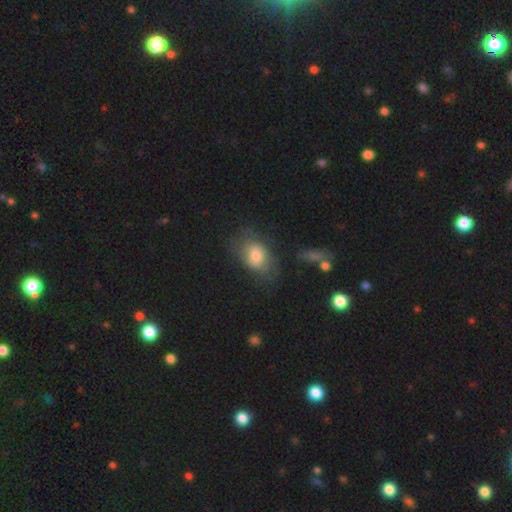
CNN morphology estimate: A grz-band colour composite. It shows a smooth galaxy with no disk features (61%) that is in between round and cigar-shaped (82%). Merging: none (55%).